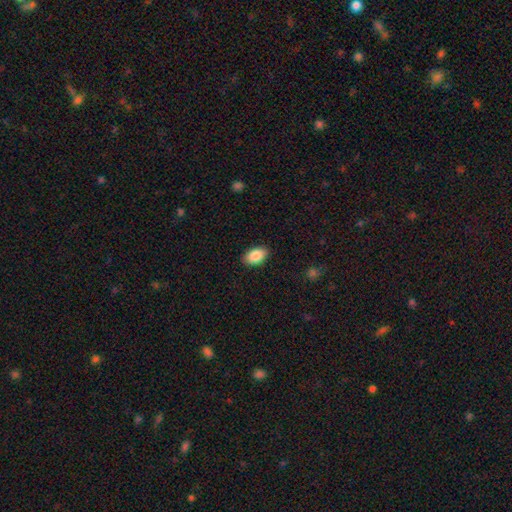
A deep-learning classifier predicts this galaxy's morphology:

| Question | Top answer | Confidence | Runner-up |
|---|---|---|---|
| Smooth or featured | smooth | 88% | star or artifact (7%) |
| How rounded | in between | 93% | round (6%) |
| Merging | none | 88% | minor disturbance (9%) |